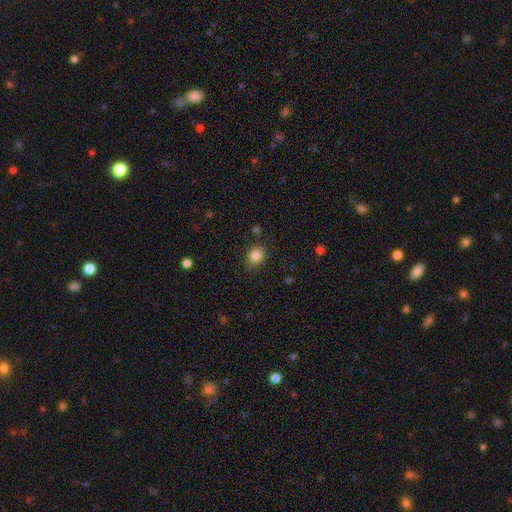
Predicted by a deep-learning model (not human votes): This appears to be a smooth galaxy with no disk features (85%) that is round (69%). Merging: none (83%).